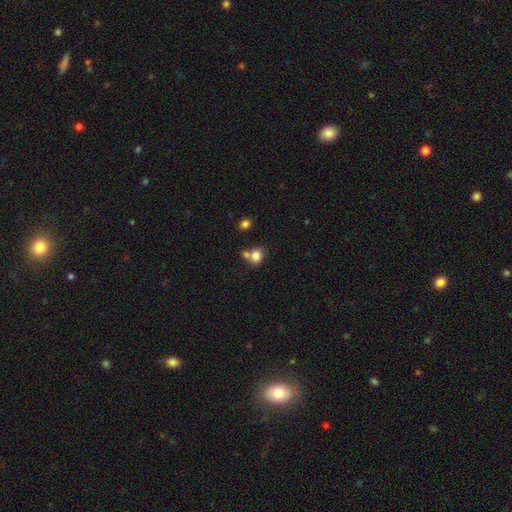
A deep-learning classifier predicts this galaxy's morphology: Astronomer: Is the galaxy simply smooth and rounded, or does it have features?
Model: smooth — 80%.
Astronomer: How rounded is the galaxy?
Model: round — 67%.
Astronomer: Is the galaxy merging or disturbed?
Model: none — 47% (runner-up: merger, 35%).